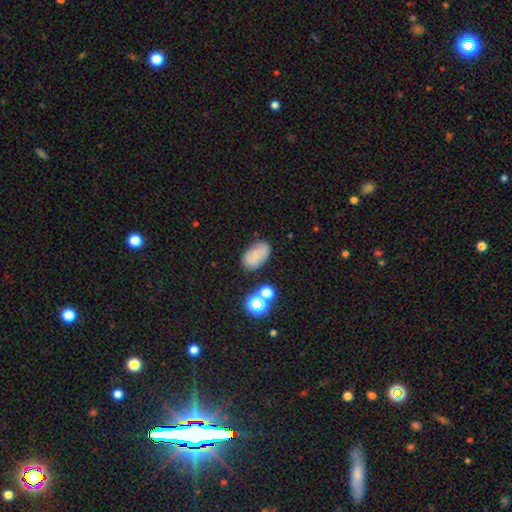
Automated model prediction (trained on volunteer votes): This appears to be a smooth galaxy with no disk features (73%) that is in between round and cigar-shaped (90%). Merging: none (74%).